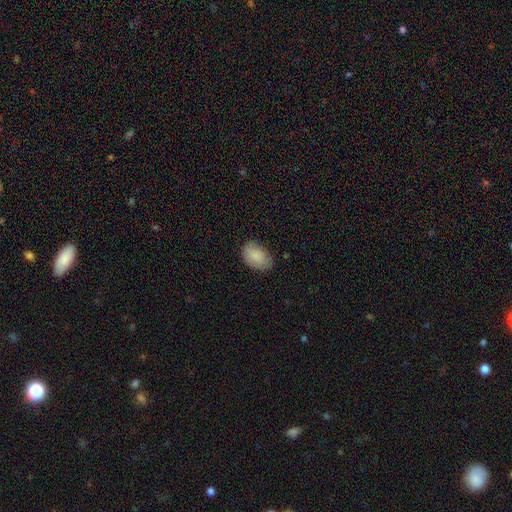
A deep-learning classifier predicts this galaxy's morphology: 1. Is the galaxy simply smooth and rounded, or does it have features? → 87% smooth, 7% star or artifact, 6% featured or disk.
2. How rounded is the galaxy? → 86% in between, 13% round, 1% cigar-shaped.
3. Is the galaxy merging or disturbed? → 75% none, 20% minor disturbance, 4% major disturbance, 1% merger.